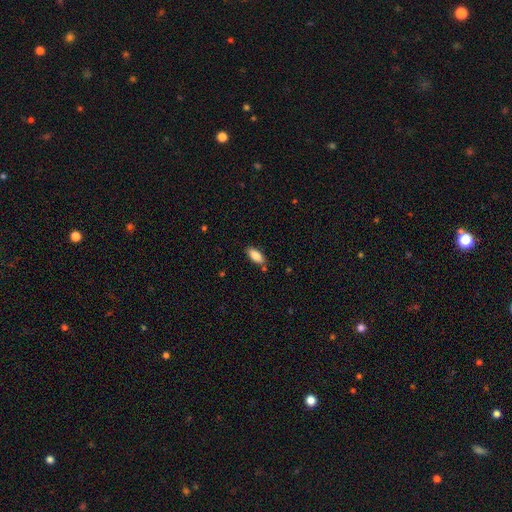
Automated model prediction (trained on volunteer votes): This is clearly a smooth galaxy (85%). How rounded: clearly in between (86%). Merging: clearly none (81%).